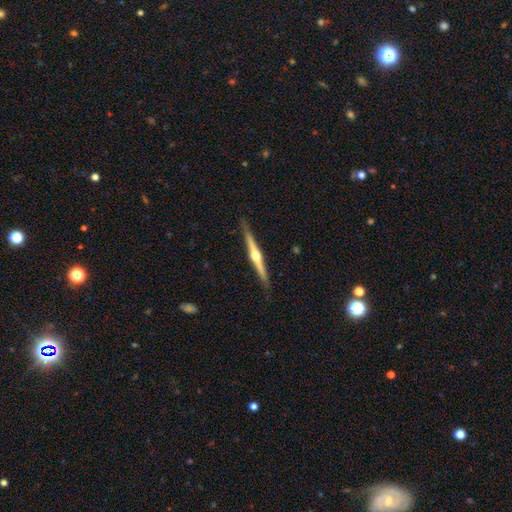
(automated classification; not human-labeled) Smooth or featured? featured or disk (81%)
Edge-on disk? yes (98%)
Edge-on bulge? rounded (95%)
Merging? none (89%)